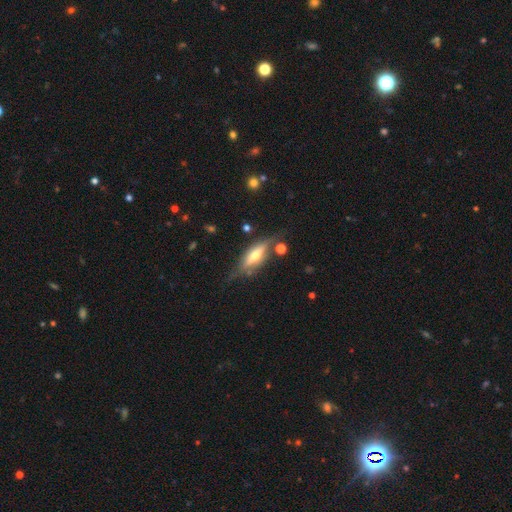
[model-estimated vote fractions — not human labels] Overall: featured or disk (65%; smooth 28%). Edge-on disk: yes (86%). Edge-on bulge: rounded (90%). Merging: none (69%).